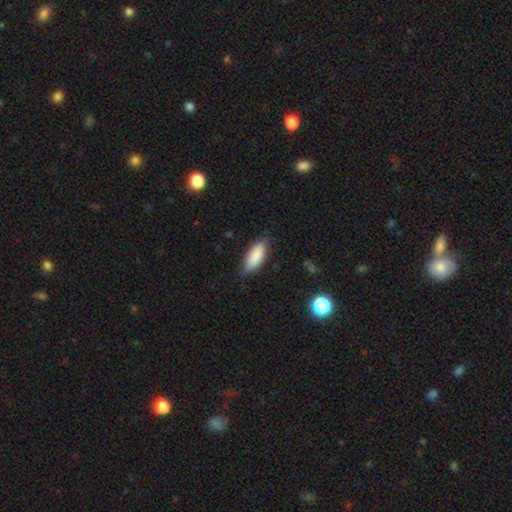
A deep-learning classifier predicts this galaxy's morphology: type=smooth (87%); roundness=in between (78%); merging=none (78%).